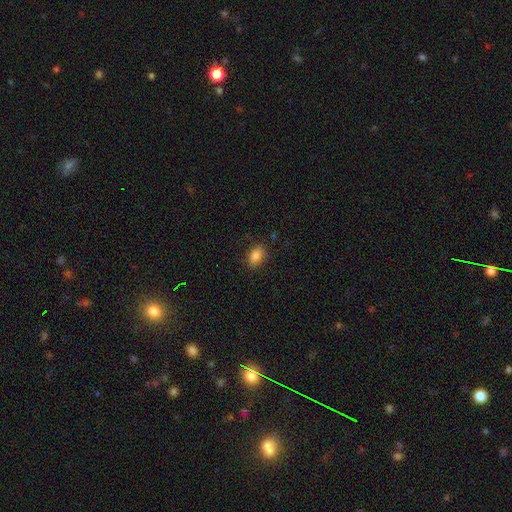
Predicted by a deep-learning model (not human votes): A smooth galaxy with no disk features (85%) that is in between round and cigar-shaped (85%).

Vote fractions:
- Smooth or featured? smooth: 85% / star or artifact: 9% / featured or disk: 6%
- How rounded? in between: 85% / round: 12% / cigar-shaped: 2%
- Merging? none: 81% / minor disturbance: 14% / major disturbance: 3% / merger: 1%